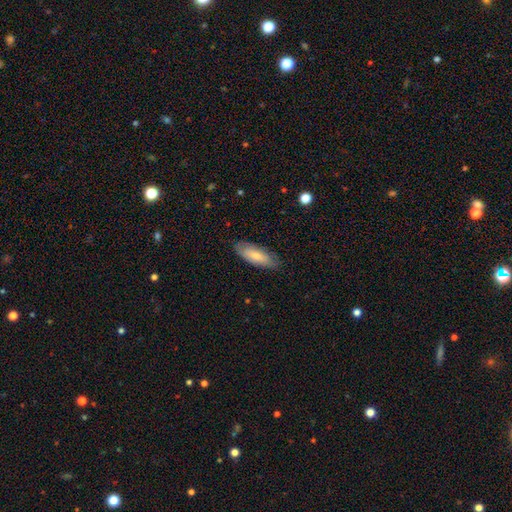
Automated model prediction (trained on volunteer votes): smooth 75%, featured or disk 19%, star or artifact 6%. Down the decision tree: how rounded — in between (70%); merging — none (82%).